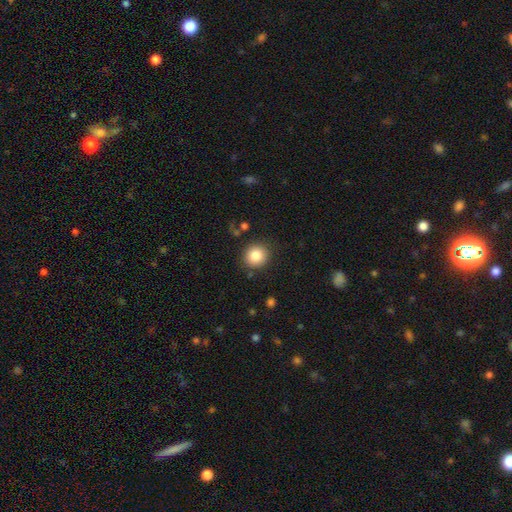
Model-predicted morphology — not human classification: Smooth or featured? Predicted: smooth (p=0.84). How rounded? Predicted: round (p=0.88). Merging? Predicted: none (p=0.87).